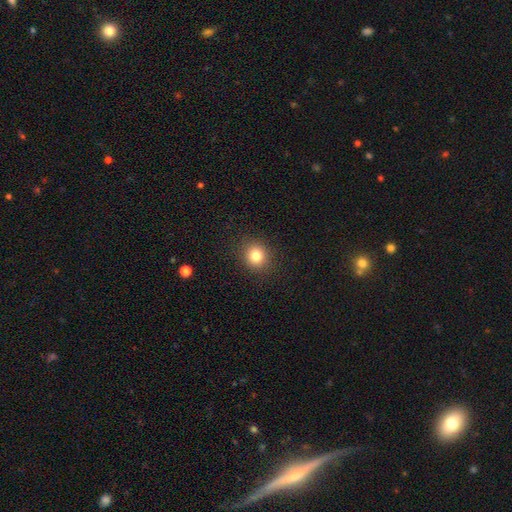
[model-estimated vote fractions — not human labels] Morphology: type=smooth (81%); roundness=round (83%); merging=none (90%).